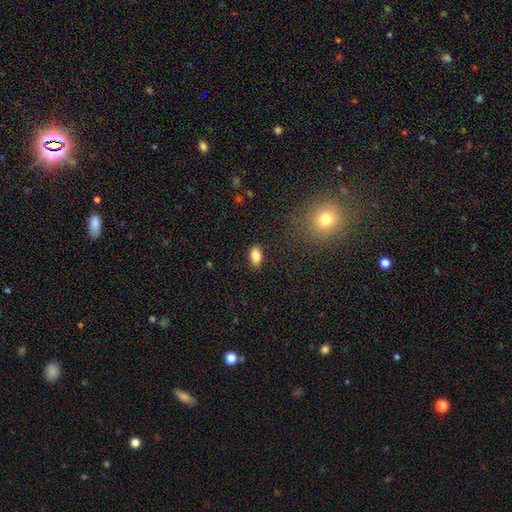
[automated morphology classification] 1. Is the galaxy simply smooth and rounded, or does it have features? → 85% smooth, 9% star or artifact, 7% featured or disk.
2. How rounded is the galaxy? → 90% in between, 7% round, 3% cigar-shaped.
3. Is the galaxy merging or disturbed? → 87% none, 9% minor disturbance, 2% major disturbance, 1% merger.